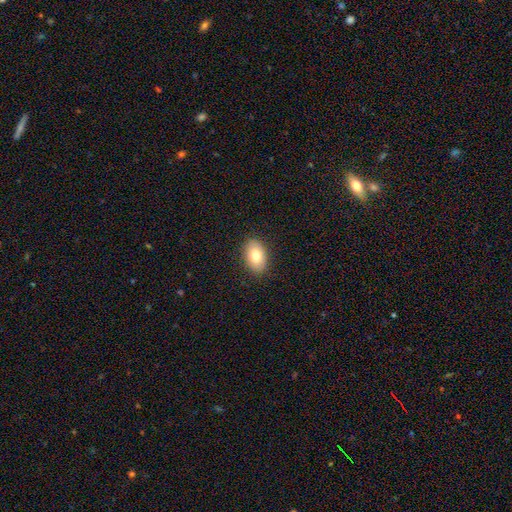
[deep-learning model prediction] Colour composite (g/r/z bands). It shows a smooth galaxy with no disk features (80%) that is in between round and cigar-shaped (90%). Merging: none (88%).